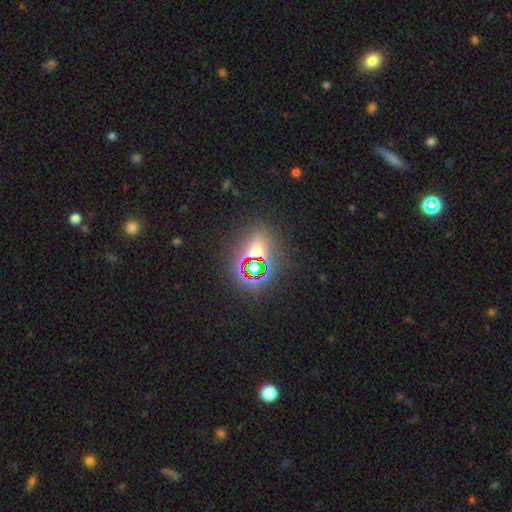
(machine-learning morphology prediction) Smooth or featured? star or artifact (59%)